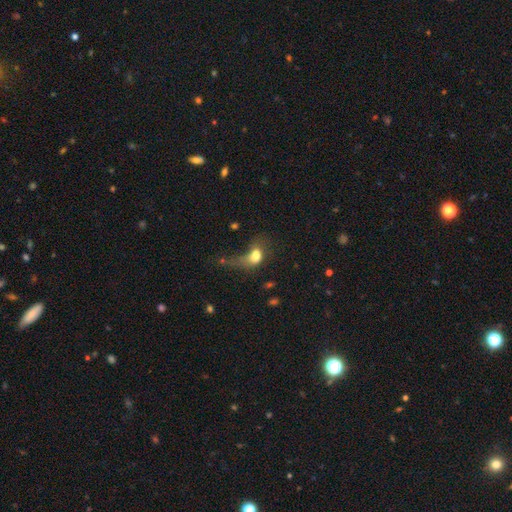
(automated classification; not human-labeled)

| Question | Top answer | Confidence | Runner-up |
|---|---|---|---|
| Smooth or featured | smooth | 69% | featured or disk (20%) |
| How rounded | in between | 70% | round (27%) |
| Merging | major disturbance | 55% | minor disturbance (16%) |